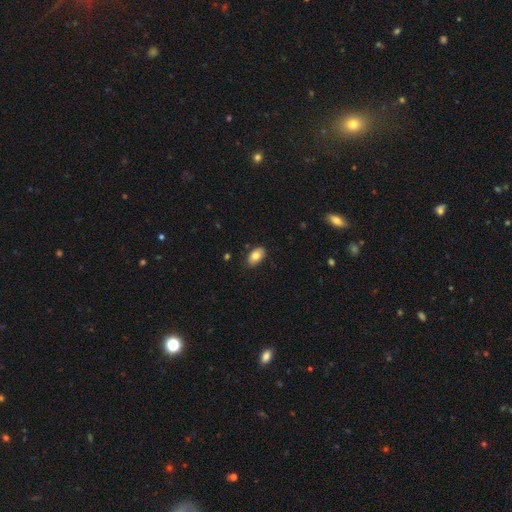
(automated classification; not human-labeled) smooth_or_featured: smooth (p=0.80) [alt: featured or disk p=0.13]
how_rounded: in between (p=0.93) [alt: round p=0.05]
merging: none (p=0.85) [alt: minor disturbance p=0.12]